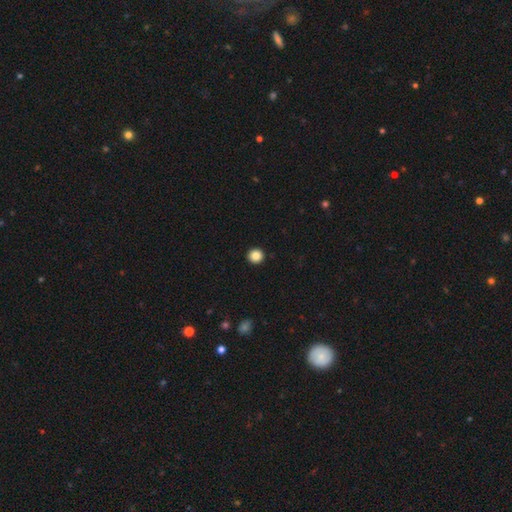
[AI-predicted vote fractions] smooth_or_featured: smooth (p=0.86) [alt: star or artifact p=0.10]
how_rounded: round (p=0.95) [alt: in between p=0.04]
merging: none (p=0.94) [alt: minor disturbance p=0.04]